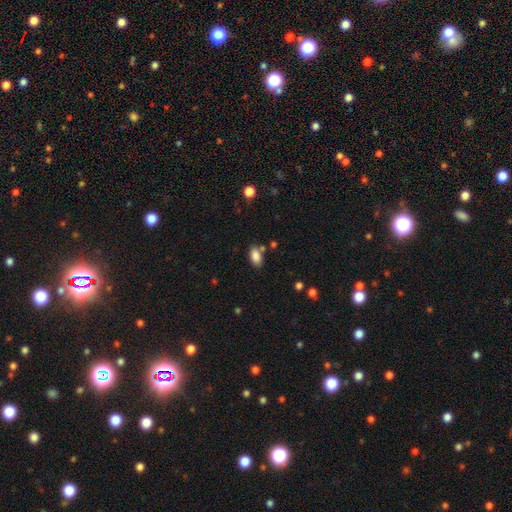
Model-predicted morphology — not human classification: A smooth galaxy with no disk features (86%) that is in between round and cigar-shaped (92%). Merging: none (74%).